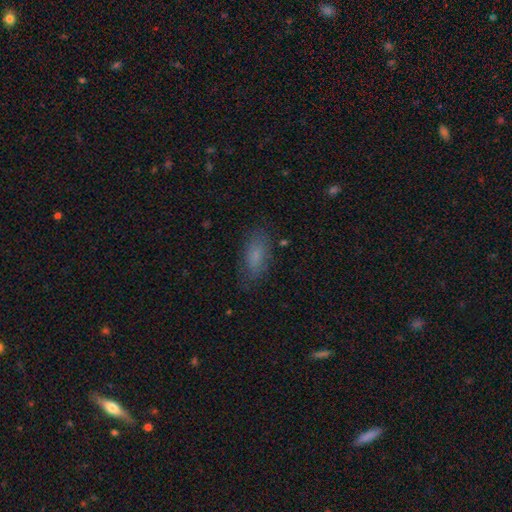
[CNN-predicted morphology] The model was most divided on "smooth or featured": smooth: 74%, featured or disk: 17%, star or artifact: 10%. More confident: how rounded — in between (83%); merging — none (76%).